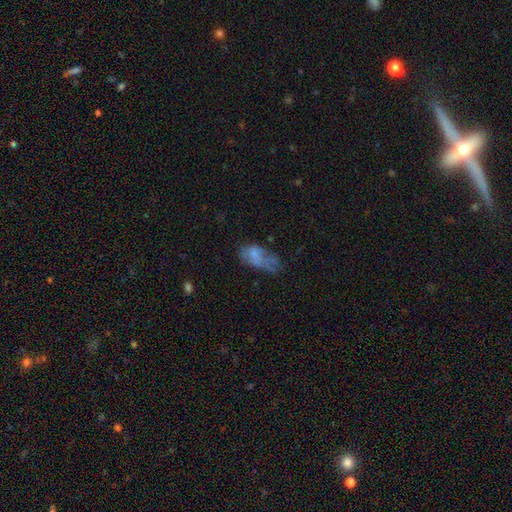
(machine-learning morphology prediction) The model was most divided on "merging" (2-way tie): none: 32%, major disturbance: 32%, minor disturbance: 26%, merger: 10%. More confident: how rounded — in between (89%); smooth or featured — smooth (56%).